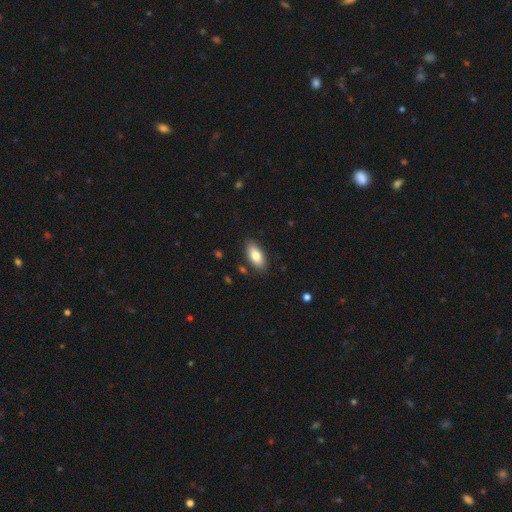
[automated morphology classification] A smooth galaxy with no disk features (83%) that is in between round and cigar-shaped (88%).

Vote fractions:
- Smooth or featured? smooth: 83% / featured or disk: 11% / star or artifact: 7%
- How rounded? in between: 88% / cigar-shaped: 9% / round: 2%
- Merging? none: 85% / minor disturbance: 11% / major disturbance: 2% / merger: 2%